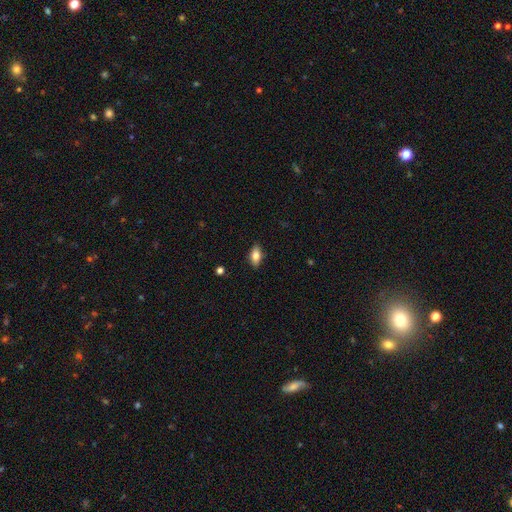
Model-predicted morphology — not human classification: The model was most divided on "smooth or featured": smooth: 76%, featured or disk: 16%, star or artifact: 8%. More confident: merging — none (87%); how rounded — in between (87%).